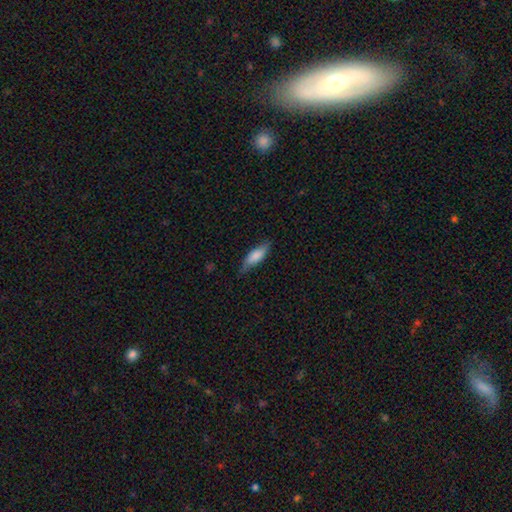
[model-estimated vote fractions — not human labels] Smooth or featured? smooth (75%)
How rounded? in between (59%)
Merging? none (70%)